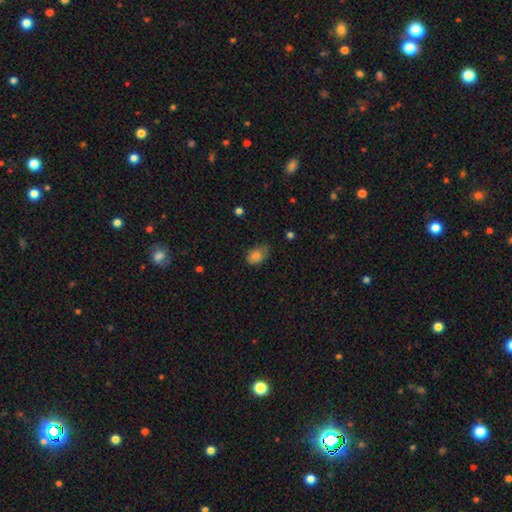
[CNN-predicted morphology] Smooth or featured? Predicted: smooth (p=0.82). How rounded? Predicted: in between (p=0.80). Merging? Predicted: none (p=0.55).